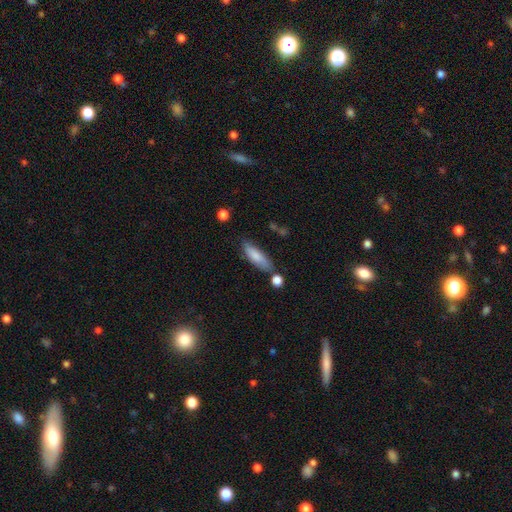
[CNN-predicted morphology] smooth-or-featured: smooth: 80% | featured or disk: 13% | star or artifact: 6%
  how-rounded: in between: 49% (tied) | cigar-shaped: 49% (tied) | round: 2%
  merging: none: 67% | minor disturbance: 19% | merger: 8% | major disturbance: 5%